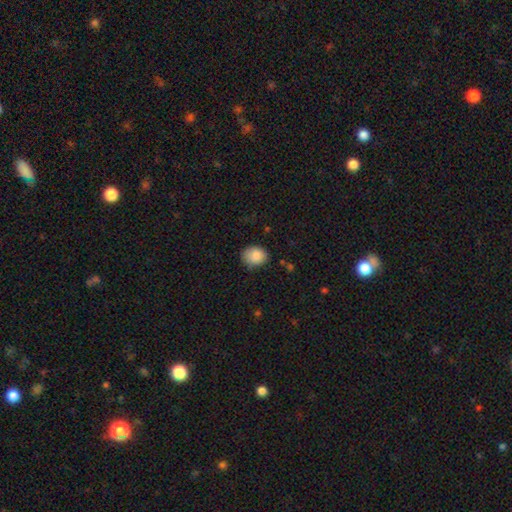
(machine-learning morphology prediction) type=smooth (85%); roundness=round (54%); merging=none (77%).